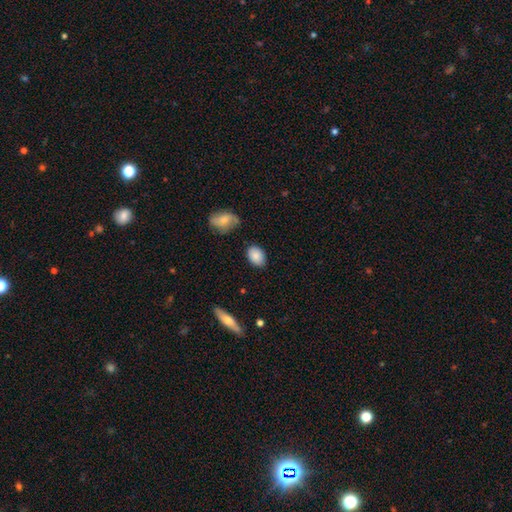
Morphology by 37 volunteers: This appears to be a smooth galaxy with no disk features (86%) that is in between round and cigar-shaped (84%). Merging: none (89%).